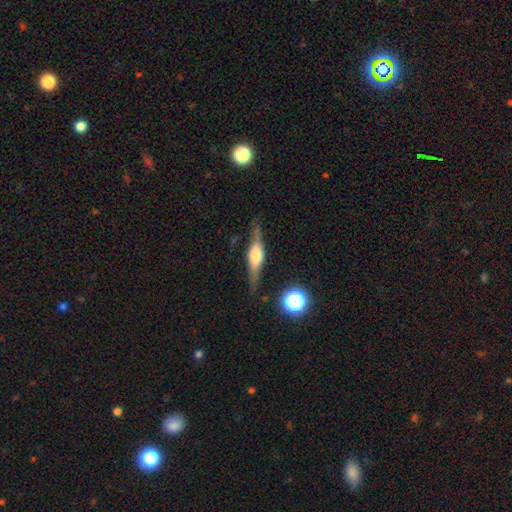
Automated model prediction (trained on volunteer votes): smooth_or_featured: featured or disk (p=0.69) [alt: smooth p=0.24]
disk_edge_on: yes (p=0.95) [alt: no p=0.05]
edge_on_bulge: rounded (p=0.82) [alt: boxy p=0.16]
merging: none (p=0.82) [alt: minor disturbance p=0.13]